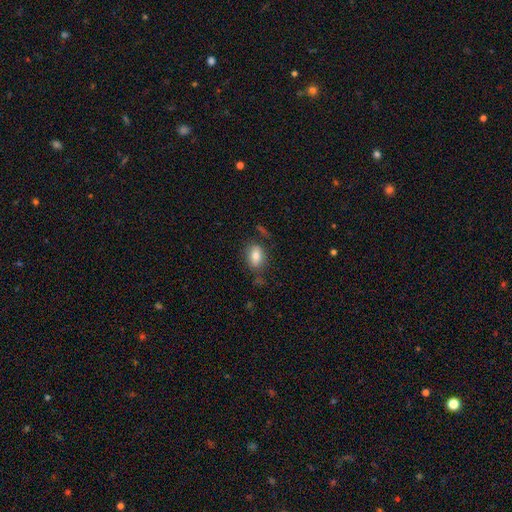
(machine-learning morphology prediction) Q: Smooth or featured?
A: smooth (81%); runner-up: featured or disk (11%)
Q: How rounded?
A: in between (80%); runner-up: round (18%)
Q: Merging?
A: none (72%); runner-up: minor disturbance (17%)